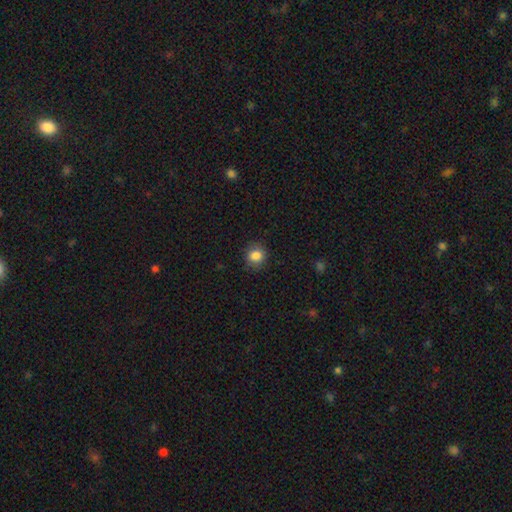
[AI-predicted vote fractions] Overall: smooth (85%). How rounded: round (77%). Merging: none (85%).